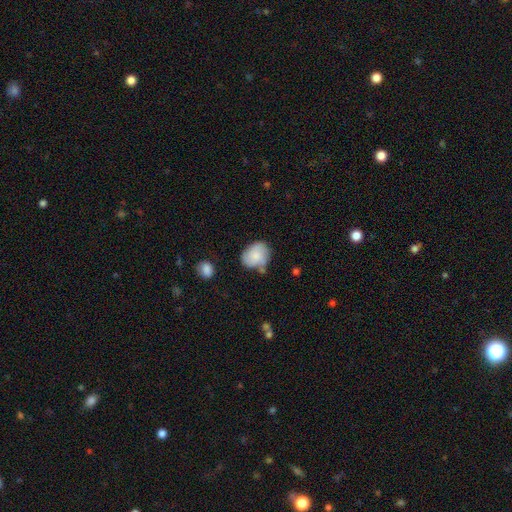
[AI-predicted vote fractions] Smooth or featured: smooth — 70% (featured or disk — 23%)
How rounded: round — 50% (in between — 49%)
Merging: none — 56% (minor disturbance — 28%)